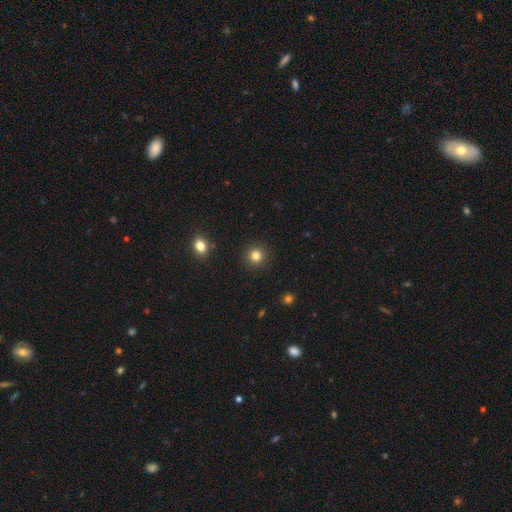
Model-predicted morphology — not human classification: This is clearly a smooth galaxy (81%). How rounded: clearly round (94%). Merging: clearly none (91%).